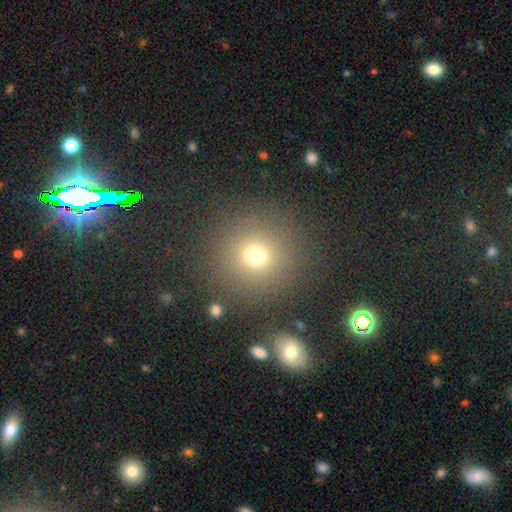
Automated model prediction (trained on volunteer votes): Smooth or featured: smooth — 71% (star or artifact — 20%)
How rounded: round — 92% (in between — 7%)
Merging: none — 85% (minor disturbance — 7%)